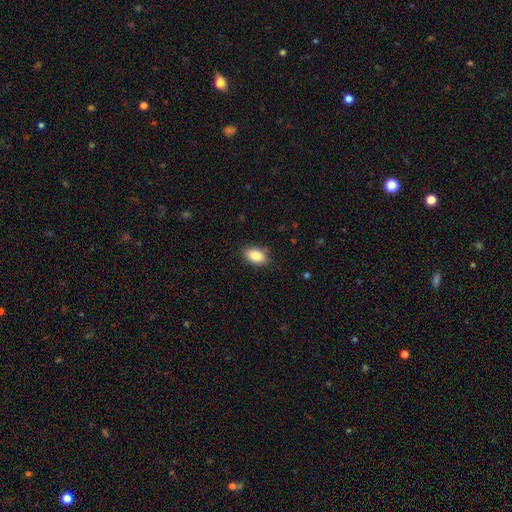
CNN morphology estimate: This appears to be a smooth galaxy with no disk features (86%) that is in between round and cigar-shaped (89%). Merging: none (85%).